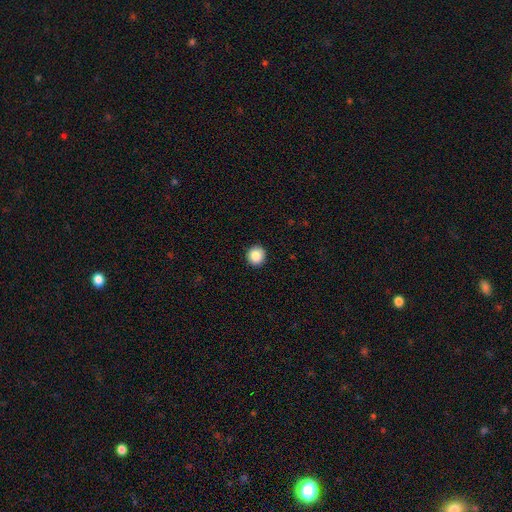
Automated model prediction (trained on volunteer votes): smooth_or_featured: smooth (p=0.87) [alt: star or artifact p=0.09]
how_rounded: round (p=0.93) [alt: in between p=0.07]
merging: none (p=0.92) [alt: minor disturbance p=0.05]